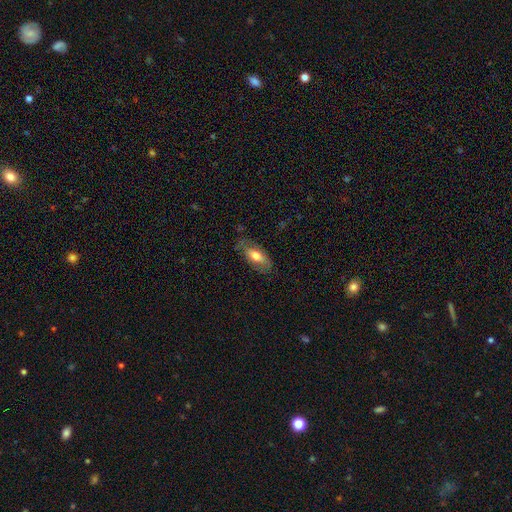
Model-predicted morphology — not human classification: A smooth galaxy with no disk features (60%) that is in between round and cigar-shaped (78%). Merging: none (67%).